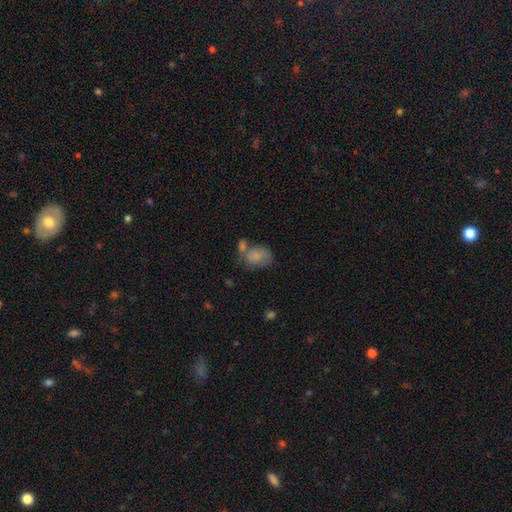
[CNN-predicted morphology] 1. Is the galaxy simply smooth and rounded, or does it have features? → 77% smooth, 15% featured or disk, 9% star or artifact.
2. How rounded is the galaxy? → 65% in between, 34% round, 1% cigar-shaped.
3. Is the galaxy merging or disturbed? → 35% none (tied), 35% merger (tied), 20% minor disturbance, 11% major disturbance.